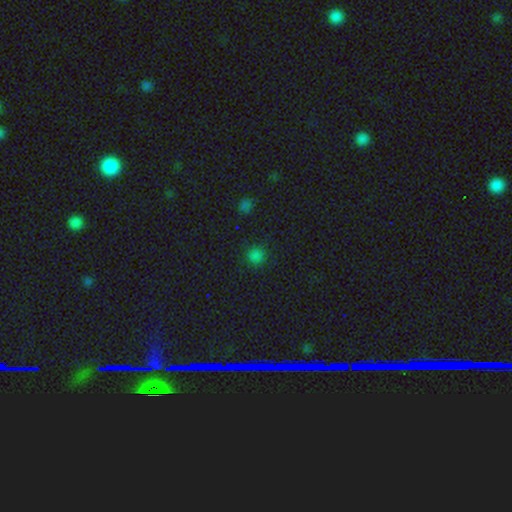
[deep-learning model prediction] Smooth or featured? Predicted: smooth (p=0.73). How rounded? Predicted: round (p=0.91). Merging? Predicted: none (p=0.87).